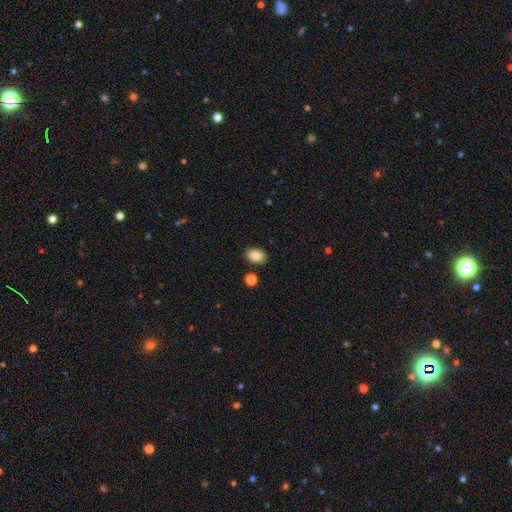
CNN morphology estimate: Smooth or featured?
  - smooth: 87% *
  - star or artifact: 8%
  - featured or disk: 4%
How rounded?
  - in between: 79% *
  - round: 20%
  - cigar-shaped: 1%
Merging?
  - none: 86% *
  - minor disturbance: 9%
  - merger: 3%
  - major disturbance: 2%